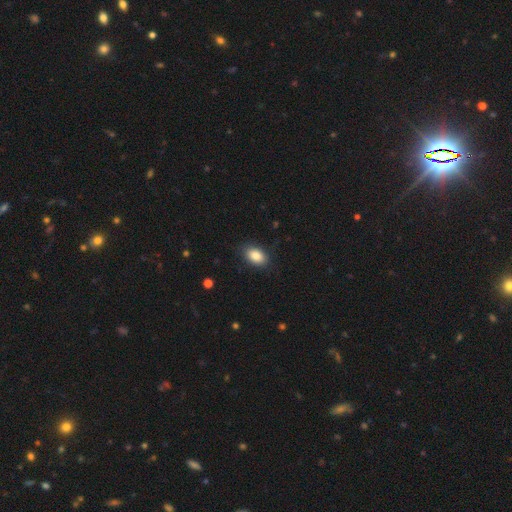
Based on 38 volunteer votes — This appears to be a smooth galaxy with no disk features (89%) that is in between round and cigar-shaped (85%). Merging: none (84%).